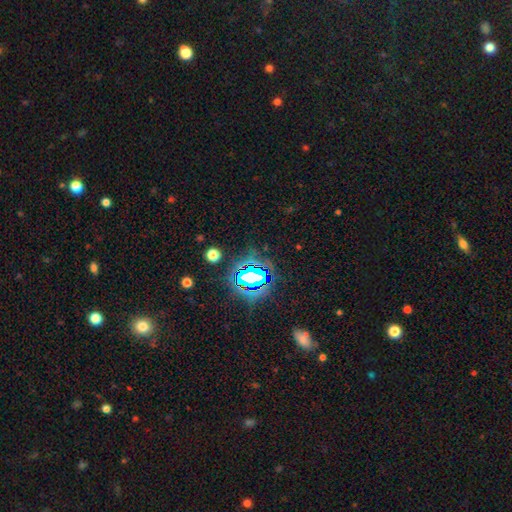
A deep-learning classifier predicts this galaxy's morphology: type=star or artifact (81%).